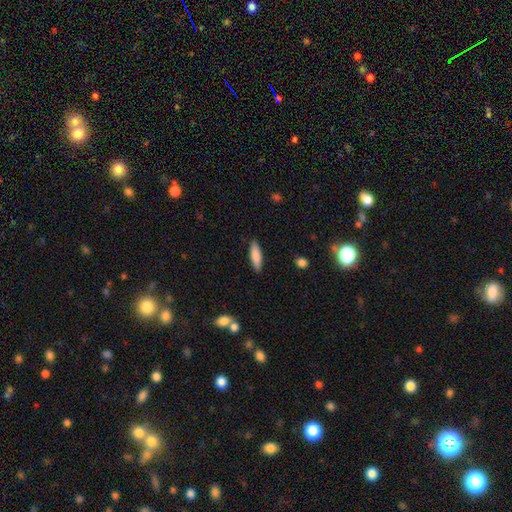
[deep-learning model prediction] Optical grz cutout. It shows a smooth galaxy with no disk features (84%) that is cigar-shaped (58%). Merging: none (88%).